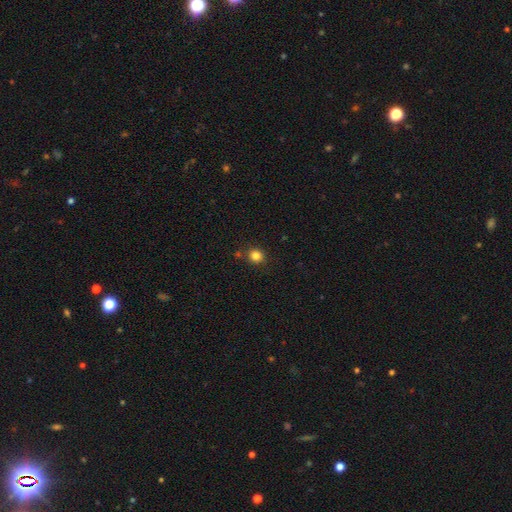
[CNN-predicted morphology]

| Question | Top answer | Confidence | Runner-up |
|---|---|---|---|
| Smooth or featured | smooth | 83% | star or artifact (13%) |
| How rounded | round | 88% | in between (11%) |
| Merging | none | 84% | minor disturbance (8%) |